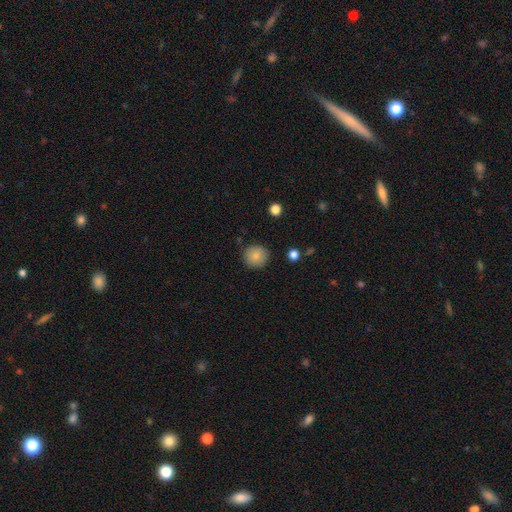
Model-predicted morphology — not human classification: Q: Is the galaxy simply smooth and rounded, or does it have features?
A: smooth — 85%.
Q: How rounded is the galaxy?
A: round — 94%.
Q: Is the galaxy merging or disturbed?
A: none — 88%.